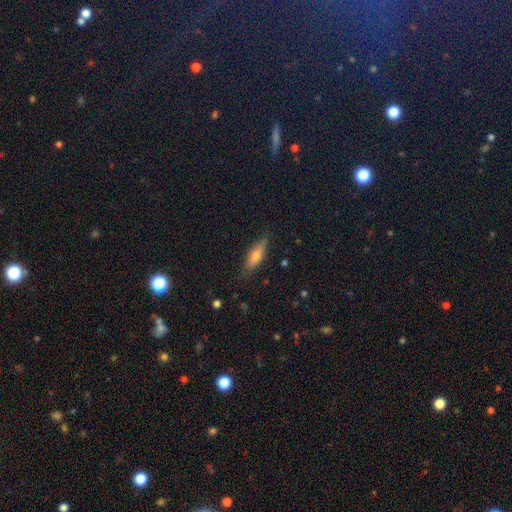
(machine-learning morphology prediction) Q: Smooth or featured?
A: smooth (49%); runner-up: featured or disk (42%)
Q: Merging?
A: none (83%); runner-up: minor disturbance (13%)